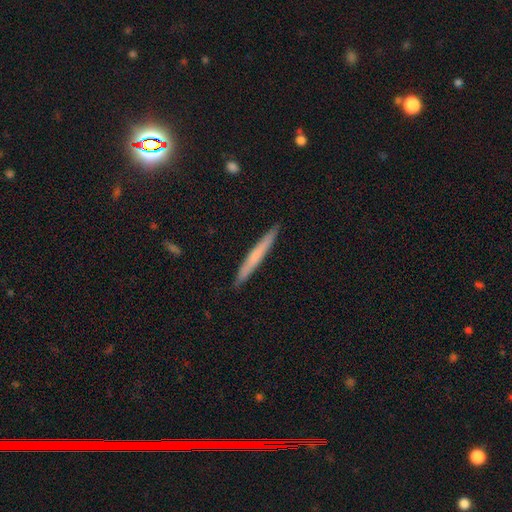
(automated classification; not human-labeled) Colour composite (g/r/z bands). It shows a smooth galaxy with no disk features (57%) that is cigar-shaped (97%). Merging: none (91%).